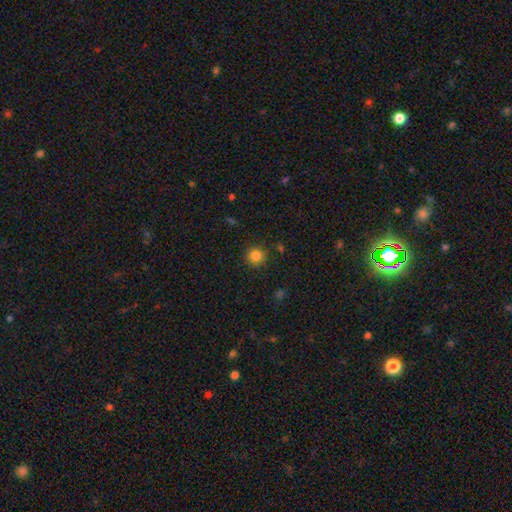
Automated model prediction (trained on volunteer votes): Smooth or featured?
  - smooth: 84% *
  - star or artifact: 12%
  - featured or disk: 5%
How rounded?
  - round: 94% *
  - in between: 5%
  - cigar-shaped: 1%
Merging?
  - none: 89% *
  - minor disturbance: 7%
  - major disturbance: 2%
  - merger: 2%